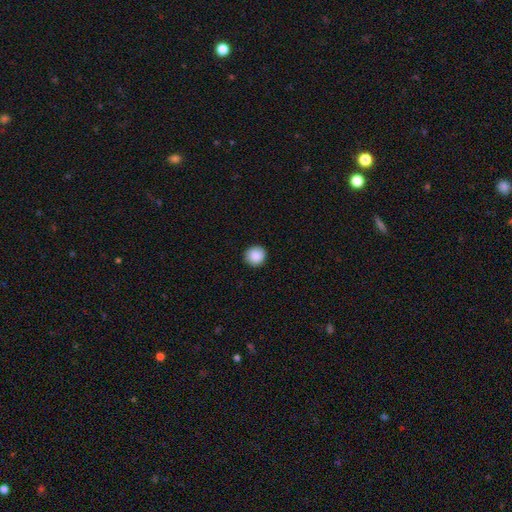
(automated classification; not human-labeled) Morphology: type=smooth (89%); roundness=round (93%); merging=none (91%).